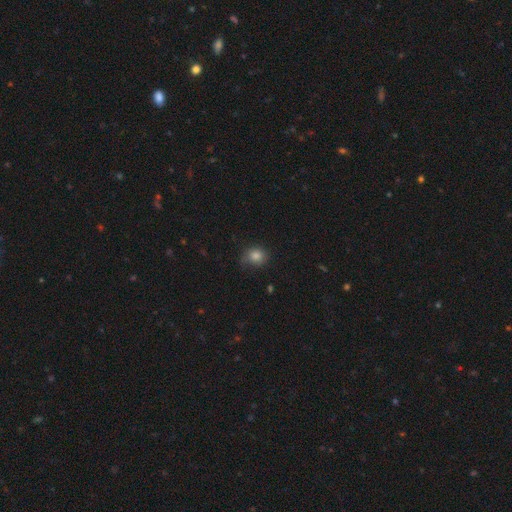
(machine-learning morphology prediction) The model was most divided on "merging": none: 69%, minor disturbance: 24%, major disturbance: 6%, merger: 1%. More confident: smooth or featured — smooth (82%); how rounded — round (75%).